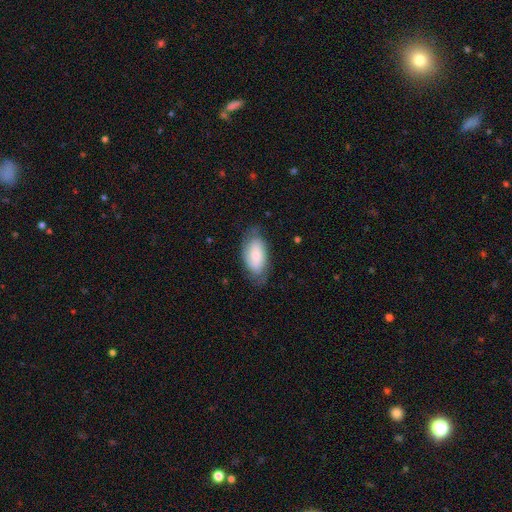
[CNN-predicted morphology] Overall: smooth (68%). How rounded: in between (92%). Merging: none (67%).